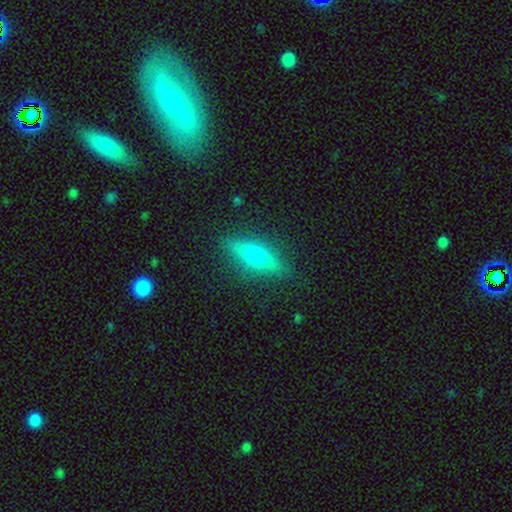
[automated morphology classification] The model was most divided on "smooth or featured": smooth: 51%, featured or disk: 42%, star or artifact: 7%. More confident: merging — none (87%); how rounded — cigar-shaped (64%).